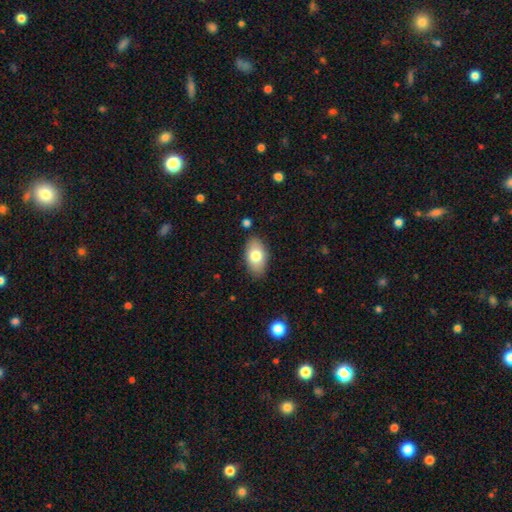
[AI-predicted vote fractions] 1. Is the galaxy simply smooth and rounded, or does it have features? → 76% smooth, 17% featured or disk, 7% star or artifact.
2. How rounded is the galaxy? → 93% in between, 5% round, 2% cigar-shaped.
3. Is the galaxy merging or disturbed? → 85% none, 11% minor disturbance, 2% major disturbance, 2% merger.